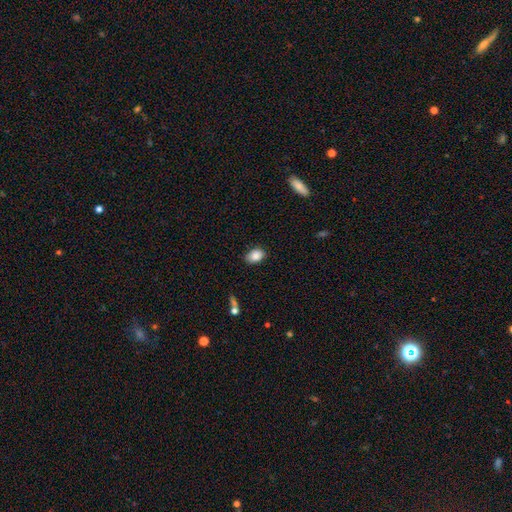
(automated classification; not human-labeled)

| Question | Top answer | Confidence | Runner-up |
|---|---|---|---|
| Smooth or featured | smooth | 87% | star or artifact (8%) |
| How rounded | in between | 80% | round (19%) |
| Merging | none | 83% | minor disturbance (13%) |